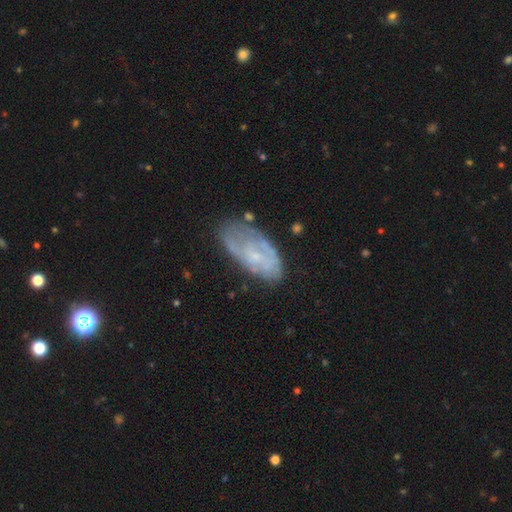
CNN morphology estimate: Smooth or featured?
  - featured or disk: 60% *
  - smooth: 32%
  - star or artifact: 8%
Edge-on disk?
  - no: 93% *
  - yes: 7%
Bar?
  - no: 69% *
  - weak: 26%
  - strong: 5%
Spiral arms?
  - yes: 55% *
  - no: 45%
Bulge size?
  - small: 56% *
  - none: 25%
  - moderate: 17%
  - large: 1%
  - dominant: 1%
Merging?
  - none: 60% *
  - minor disturbance: 25%
  - major disturbance: 11%
  - merger: 4%